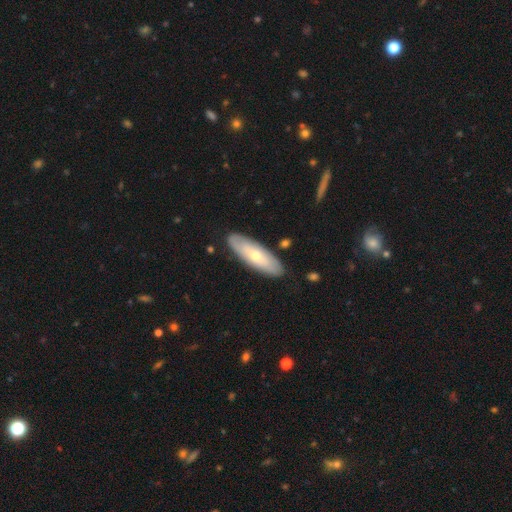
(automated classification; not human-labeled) smooth-or-featured: smooth: 52% | featured or disk: 43% | star or artifact: 5%
  how-rounded: in between: 56% | cigar-shaped: 42% | round: 2%
  merging: none: 85% | minor disturbance: 11% | major disturbance: 2% | merger: 2%